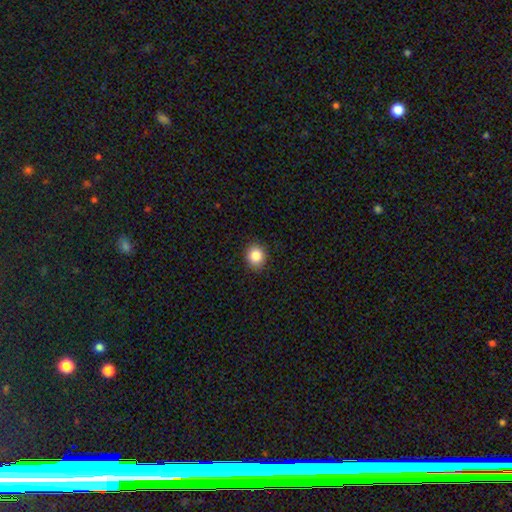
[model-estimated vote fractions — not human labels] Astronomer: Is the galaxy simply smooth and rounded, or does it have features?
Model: smooth — 86%.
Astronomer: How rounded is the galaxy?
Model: round — 72%.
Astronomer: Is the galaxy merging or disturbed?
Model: none — 89%.